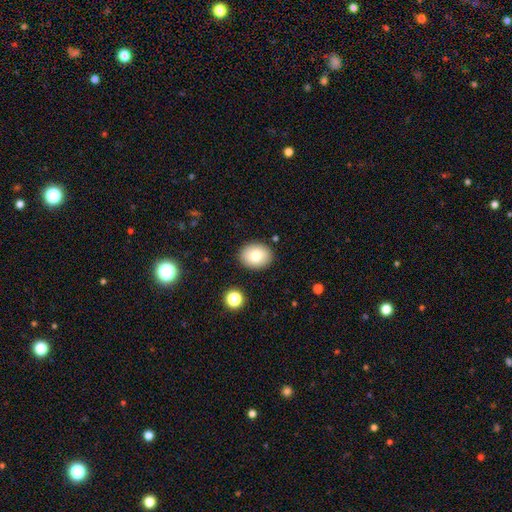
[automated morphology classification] Smooth or featured: smooth — 79% (featured or disk — 12%)
How rounded: in between — 55% (round — 45%)
Merging: none — 88% (minor disturbance — 8%)